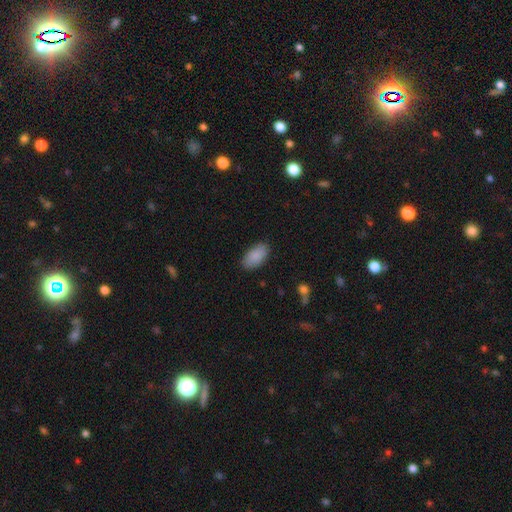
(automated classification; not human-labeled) A smooth galaxy with no disk features (88%) that is in between round and cigar-shaped (94%).

Vote fractions:
- Smooth or featured? smooth: 88% / star or artifact: 6% / featured or disk: 6%
- How rounded? in between: 94% / cigar-shaped: 4% / round: 3%
- Merging? none: 87% / minor disturbance: 10% / major disturbance: 2% / merger: 1%